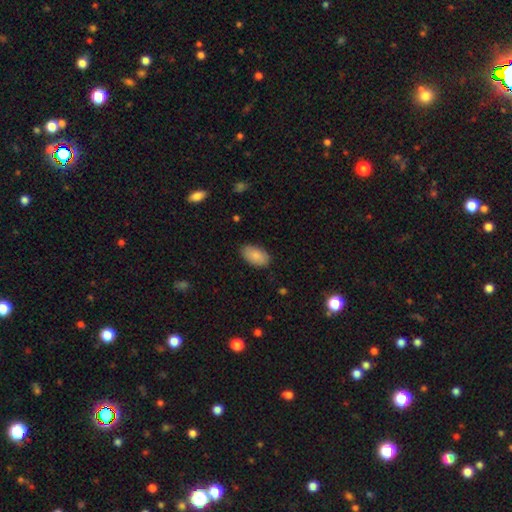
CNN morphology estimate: Smooth or featured: smooth — 86% (featured or disk — 8%)
How rounded: in between — 94% (round — 4%)
Merging: none — 84% (minor disturbance — 13%)